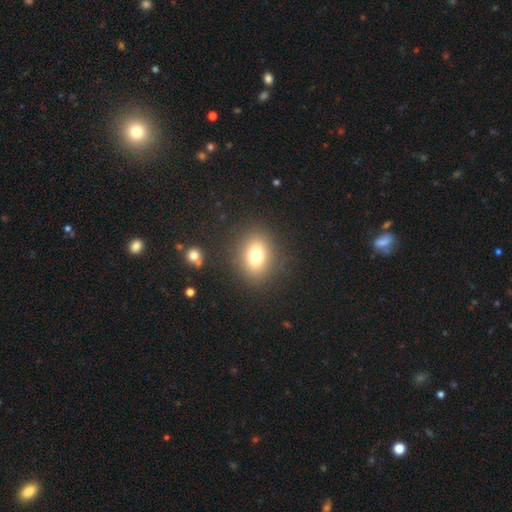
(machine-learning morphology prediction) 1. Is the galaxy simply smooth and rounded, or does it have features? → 74% smooth, 14% star or artifact, 12% featured or disk.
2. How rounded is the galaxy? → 51% in between, 48% round, 1% cigar-shaped.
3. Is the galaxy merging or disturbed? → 86% none, 8% minor disturbance, 4% major disturbance, 2% merger.